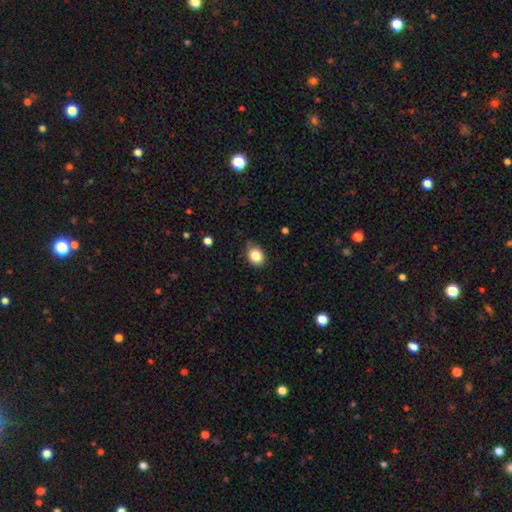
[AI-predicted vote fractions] smooth 84%, star or artifact 10%, featured or disk 6%. Down the decision tree: how rounded — round (57%); merging — none (78%).